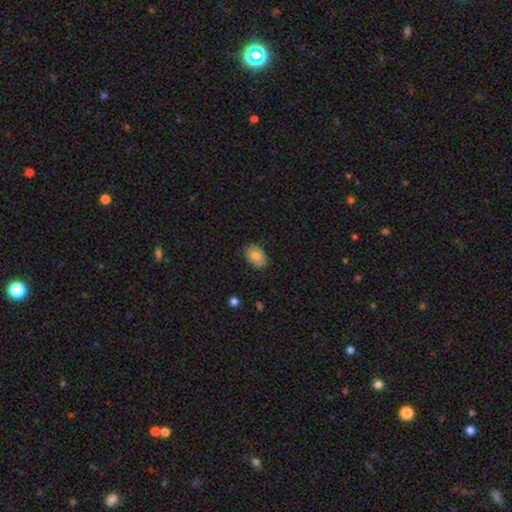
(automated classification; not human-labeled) A smooth galaxy with no disk features (72%) that is in between round and cigar-shaped (81%).

Vote fractions:
- Smooth or featured? smooth: 72% / featured or disk: 21% / star or artifact: 7%
- How rounded? in between: 81% / round: 18% / cigar-shaped: 1%
- Merging? none: 84% / minor disturbance: 13% / major disturbance: 2% / merger: 1%